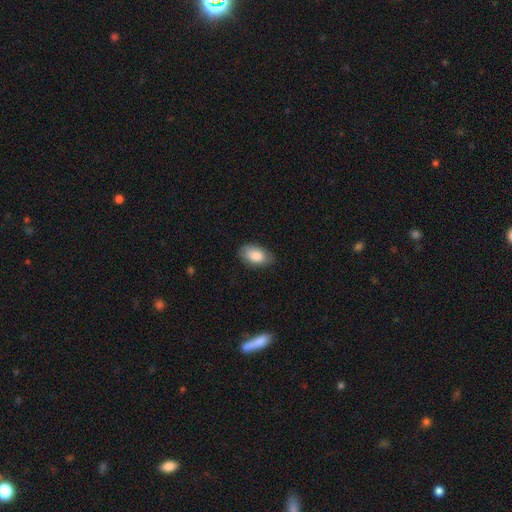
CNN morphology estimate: A smooth galaxy with no disk features (85%) that is in between round and cigar-shaped (93%). Merging: none (78%).